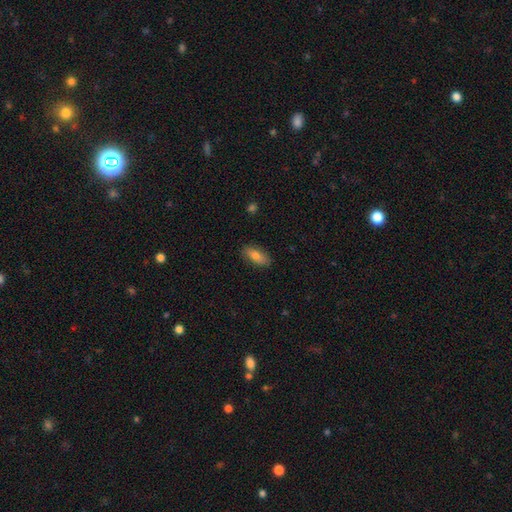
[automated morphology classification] Smooth or featured? Predicted: smooth (p=0.80). How rounded? Predicted: in between (p=0.80). Merging? Predicted: none (p=0.86).